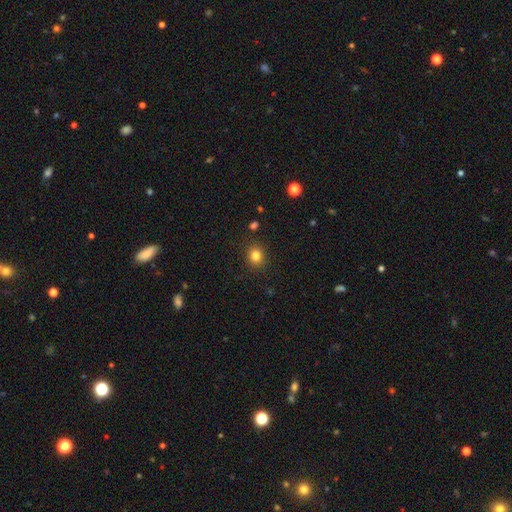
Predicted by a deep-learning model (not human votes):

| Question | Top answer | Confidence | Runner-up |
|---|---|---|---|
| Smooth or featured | smooth | 82% | star or artifact (13%) |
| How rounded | round | 78% | in between (21%) |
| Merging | none | 89% | minor disturbance (7%) |